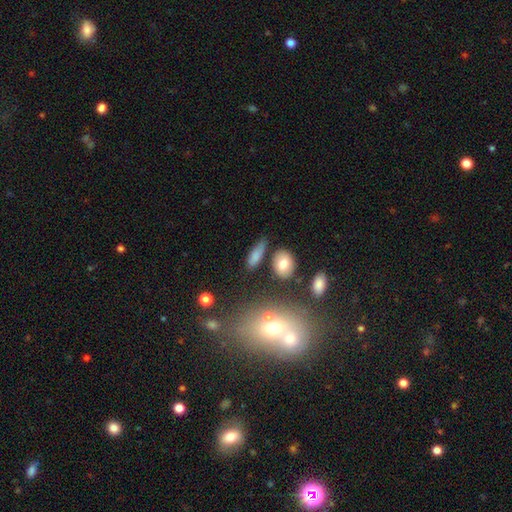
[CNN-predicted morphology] A smooth galaxy with no disk features (77%) that is in between round and cigar-shaped (57%).

Vote fractions:
- Smooth or featured? smooth: 77% / featured or disk: 13% / star or artifact: 10%
- How rounded? in between: 57% / cigar-shaped: 36% / round: 7%
- Merging? none: 68% / minor disturbance: 18% / merger: 8% / major disturbance: 6%